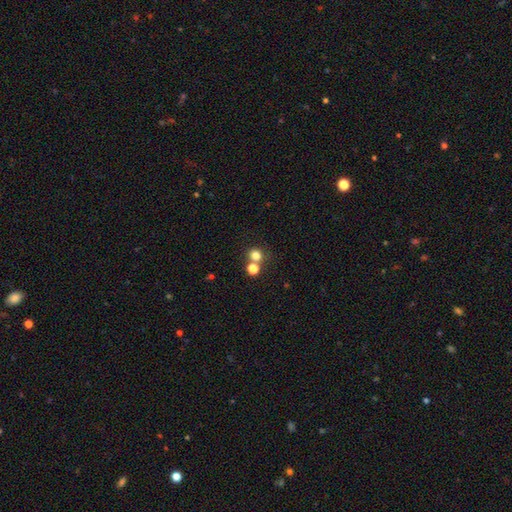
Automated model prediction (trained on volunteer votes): This appears to be a smooth galaxy with no disk features (77%) that is round (85%). Merging: none (60%).